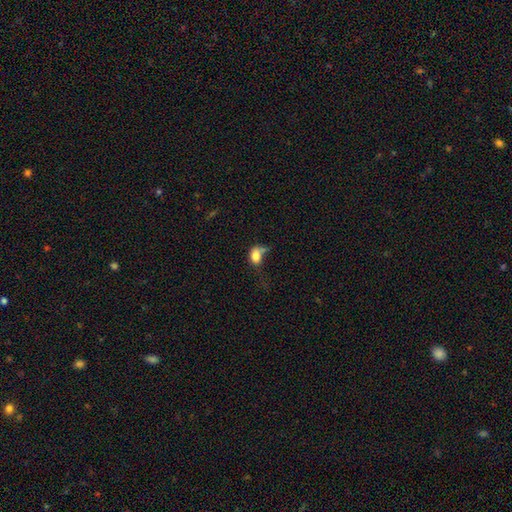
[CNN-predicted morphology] Q: Smooth or featured?
A: smooth (79%); runner-up: featured or disk (11%)
Q: How rounded?
A: in between (70%); runner-up: round (28%)
Q: Merging?
A: major disturbance (29%); runner-up: none (28%)